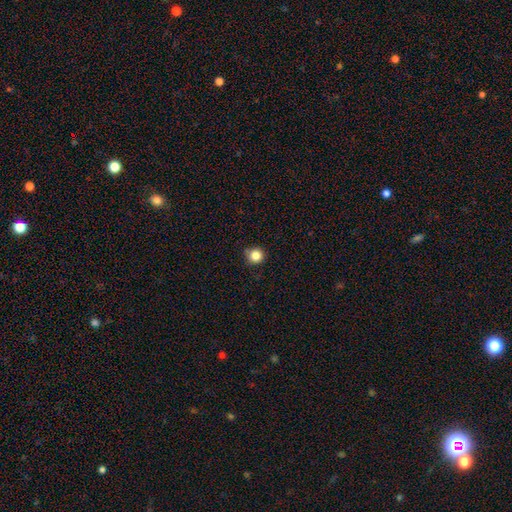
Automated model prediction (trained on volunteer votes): This appears to be a smooth galaxy with no disk features (85%) that is round (94%). Merging: none (85%).